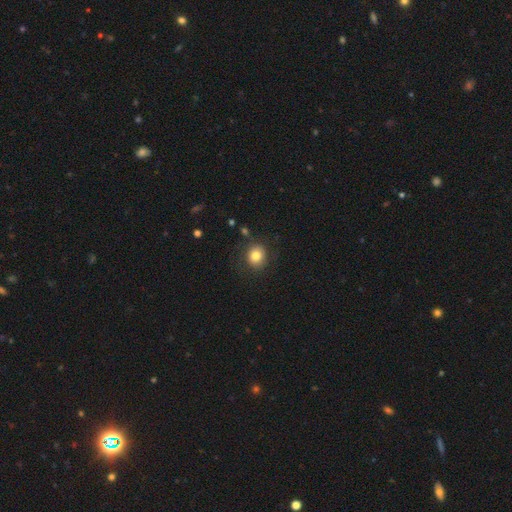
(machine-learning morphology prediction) This is clearly a smooth galaxy (81%). How rounded: likely round (78%). Merging: clearly none (82%).